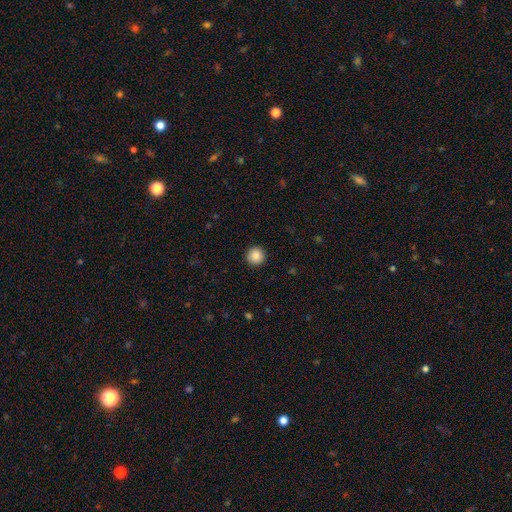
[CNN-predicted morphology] Smooth or featured? Predicted: smooth (p=0.86). How rounded? Predicted: round (p=0.96). Merging? Predicted: none (p=0.93).